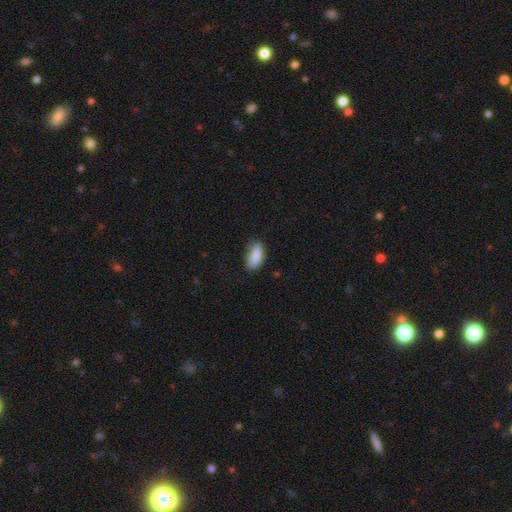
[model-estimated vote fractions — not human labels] Q: Smooth or featured?
A: smooth (83%); runner-up: featured or disk (10%)
Q: How rounded?
A: in between (82%); runner-up: cigar-shaped (15%)
Q: Merging?
A: none (66%); runner-up: minor disturbance (26%)